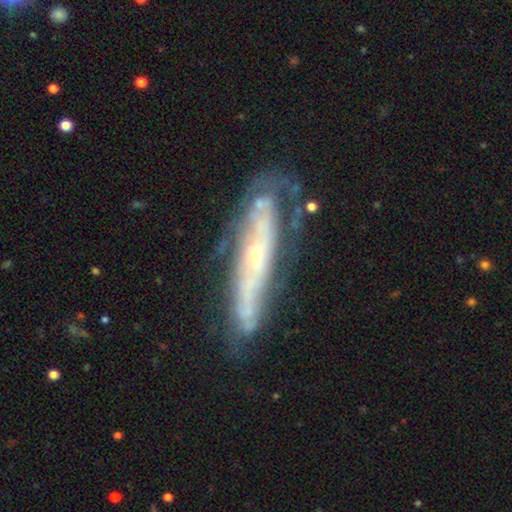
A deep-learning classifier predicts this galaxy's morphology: The model was most divided on "edge-on disk": no: 58%, yes: 42%. More confident: smooth or featured — featured or disk (77%); merging — none (62%).